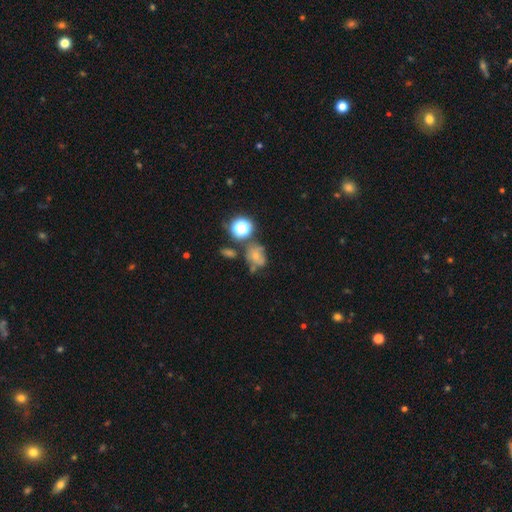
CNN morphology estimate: Q: Smooth or featured?
A: smooth (52%); runner-up: featured or disk (24%)
Q: How rounded?
A: round (49%); tied with: in between (49%)
Q: Merging?
A: none (45%); runner-up: minor disturbance (22%)